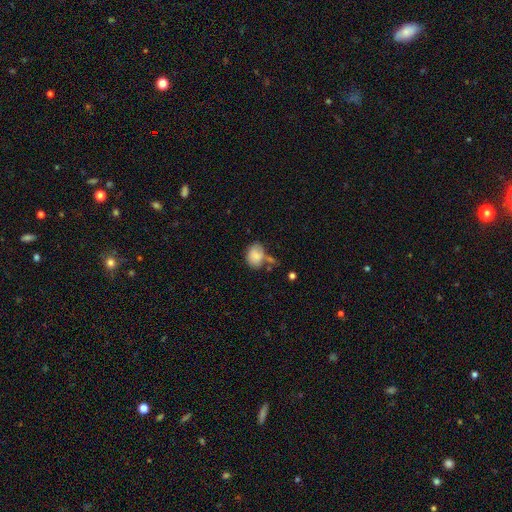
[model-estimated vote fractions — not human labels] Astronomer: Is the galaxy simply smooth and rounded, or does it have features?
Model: smooth — 81%.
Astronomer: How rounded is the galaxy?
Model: in between — 66%.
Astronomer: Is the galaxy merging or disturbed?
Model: none — 44% (runner-up: minor disturbance, 25%).